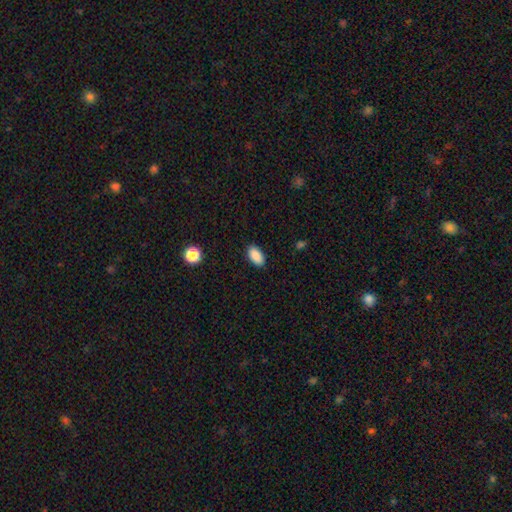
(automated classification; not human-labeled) This is clearly a smooth galaxy (89%). How rounded: clearly in between (93%). Merging: clearly none (88%).